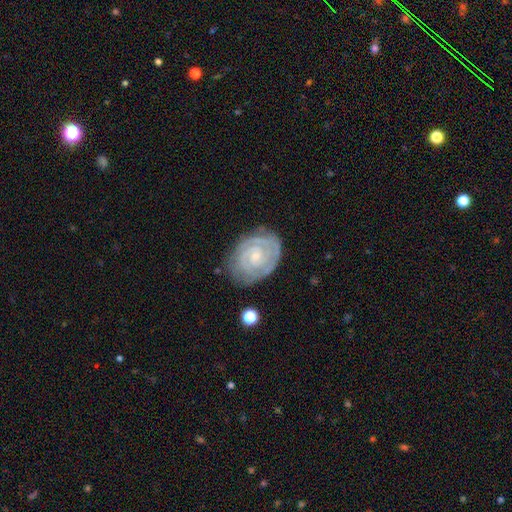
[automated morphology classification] smooth_or_featured: featured or disk (p=0.86) [alt: smooth p=0.09]
disk_edge_on: no (p=0.97) [alt: yes p=0.03]
bar: no (p=0.69) [alt: weak p=0.24]
has_spiral_arms: yes (p=0.96) [alt: no p=0.04]
spiral_winding: tight (p=0.81) [alt: medium p=0.16]
spiral_arm_count: 2 (p=0.53) [alt: can't tell p=0.19]
bulge_size: small (p=0.76) [alt: moderate p=0.18]
merging: none (p=0.77) [alt: minor disturbance p=0.17]